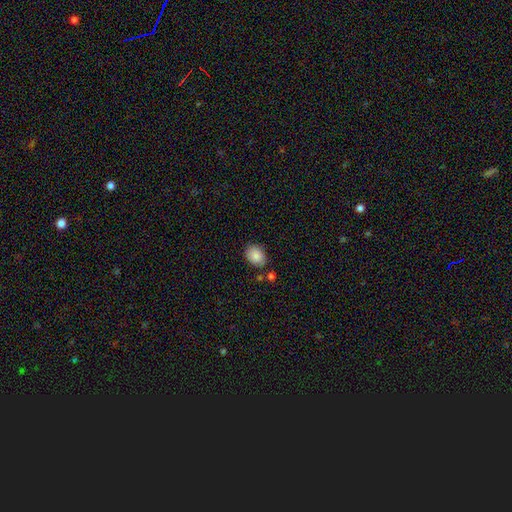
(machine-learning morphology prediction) Smooth or featured?
  - smooth: 87% *
  - star or artifact: 7%
  - featured or disk: 6%
How rounded?
  - in between: 69% *
  - round: 30%
  - cigar-shaped: 1%
Merging?
  - none: 77% *
  - minor disturbance: 14%
  - merger: 6%
  - major disturbance: 3%